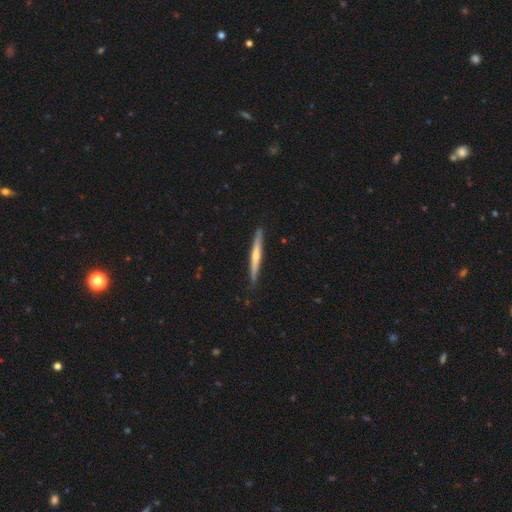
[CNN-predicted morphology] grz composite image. It shows a featured or disk galaxy (59%) viewed edge-on (97%) with a rounded central bulge (67%). Merging: none (89%).